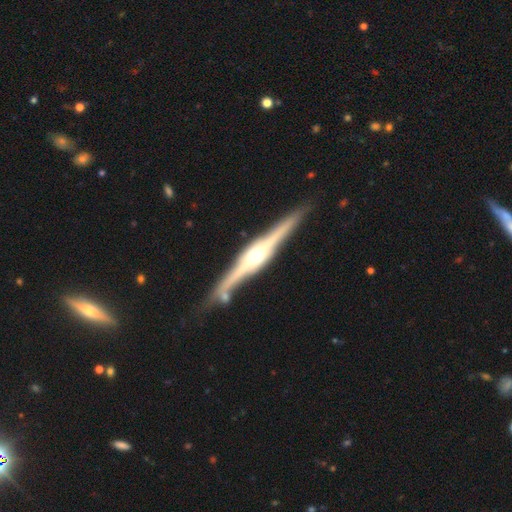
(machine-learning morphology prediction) type=featured or disk (87%); edge-on=yes (98%); edge-on bulge=rounded (79%); merging=none (83%).